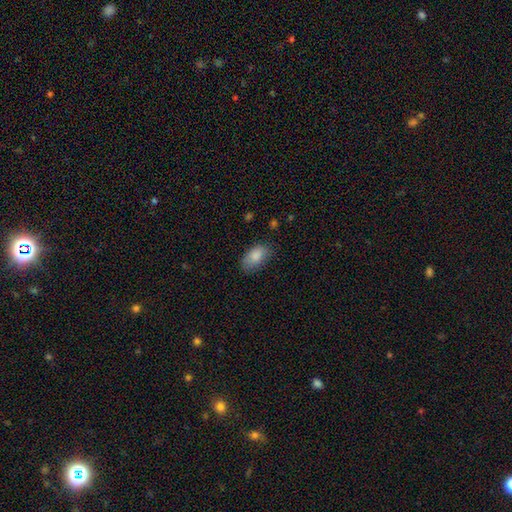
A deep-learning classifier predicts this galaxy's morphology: smooth_or_featured: smooth (p=0.86) [alt: star or artifact p=0.07]
how_rounded: in between (p=0.93) [alt: round p=0.05]
merging: none (p=0.71) [alt: minor disturbance p=0.22]